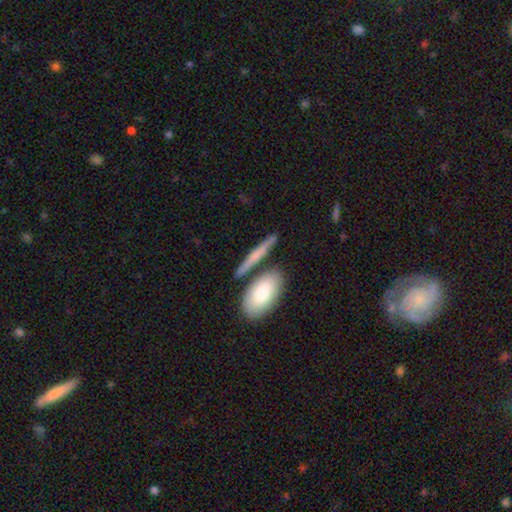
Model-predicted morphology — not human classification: smooth-or-featured: smooth: 56% | featured or disk: 37% | star or artifact: 7%
  how-rounded: cigar-shaped: 64% | in between: 29% | round: 7%
  merging: none: 70% | merger: 15% | minor disturbance: 12% | major disturbance: 3%